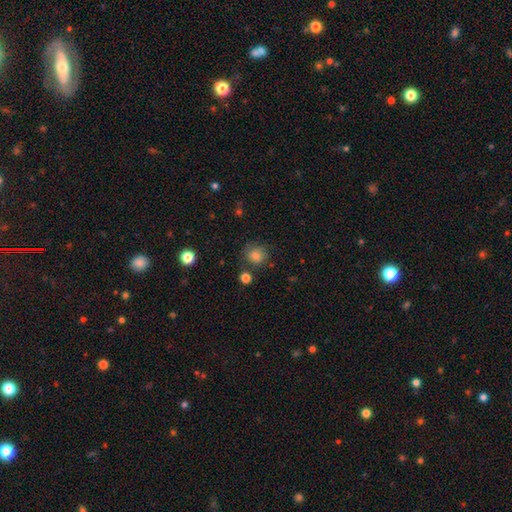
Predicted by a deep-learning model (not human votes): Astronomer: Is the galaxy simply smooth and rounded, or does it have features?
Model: smooth — 81%.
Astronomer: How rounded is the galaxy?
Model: round — 84%.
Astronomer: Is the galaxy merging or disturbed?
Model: none — 74%.